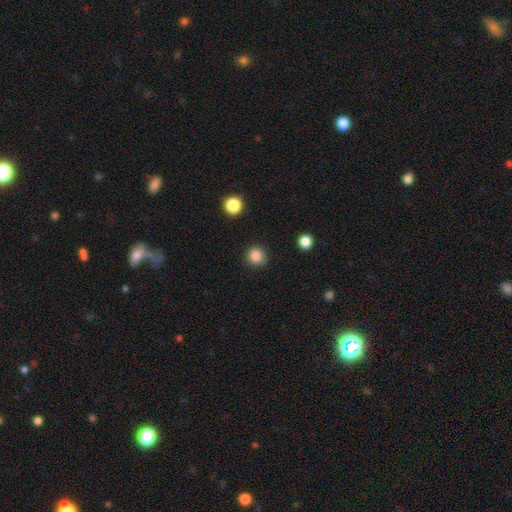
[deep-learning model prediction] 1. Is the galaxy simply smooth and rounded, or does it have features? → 85% smooth, 11% star or artifact, 4% featured or disk.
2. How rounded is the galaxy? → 91% round, 8% in between, 1% cigar-shaped.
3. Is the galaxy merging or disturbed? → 89% none, 7% minor disturbance, 2% major disturbance, 1% merger.